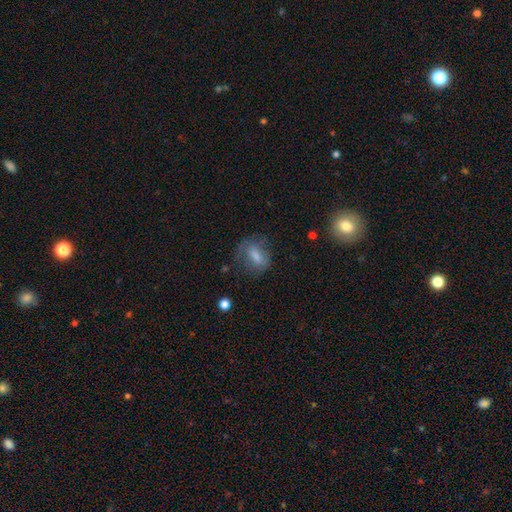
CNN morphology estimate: Smooth or featured: smooth — 62% (featured or disk — 28%)
How rounded: in between — 68% (round — 27%)
Merging: none — 52% (minor disturbance — 26%)